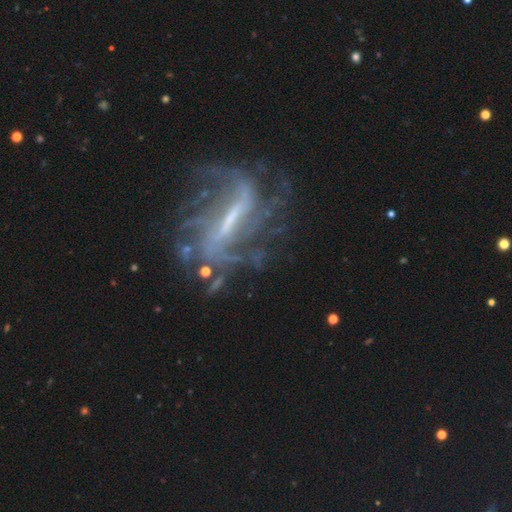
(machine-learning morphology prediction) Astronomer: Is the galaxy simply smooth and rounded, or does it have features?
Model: featured or disk — 85%.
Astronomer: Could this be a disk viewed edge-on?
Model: no — 90%.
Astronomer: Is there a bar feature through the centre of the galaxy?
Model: strong — 62%.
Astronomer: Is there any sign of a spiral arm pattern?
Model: yes — 89%.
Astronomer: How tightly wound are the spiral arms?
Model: medium — 39% (runner-up: tight, 32%).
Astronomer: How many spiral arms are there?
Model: can't tell — 38% (runner-up: 2, 18%).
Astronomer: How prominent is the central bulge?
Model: small — 44% (runner-up: moderate, 26%).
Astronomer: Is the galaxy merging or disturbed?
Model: none — 60%.